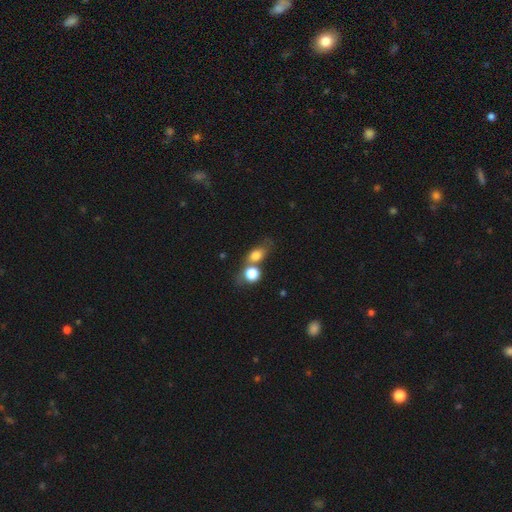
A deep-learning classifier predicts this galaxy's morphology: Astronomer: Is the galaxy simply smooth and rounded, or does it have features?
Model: smooth — 77%.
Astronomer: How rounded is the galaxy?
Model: in between — 56% (runner-up: round, 40%).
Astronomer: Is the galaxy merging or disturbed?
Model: merger — 48% (runner-up: none, 34%).